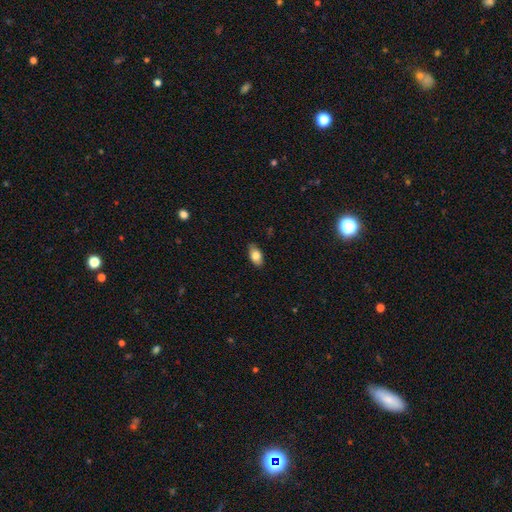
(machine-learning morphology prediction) This appears to be a smooth galaxy with no disk features (81%) that is in between round and cigar-shaped (90%). Merging: none (84%).